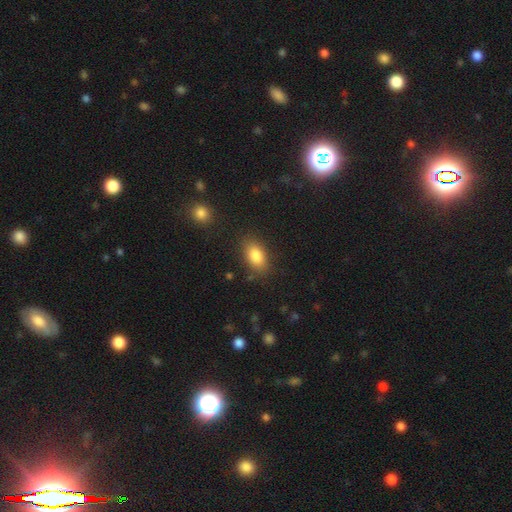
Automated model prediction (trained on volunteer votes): A smooth galaxy with no disk features (85%) that is in between round and cigar-shaped (89%). Merging: none (83%).